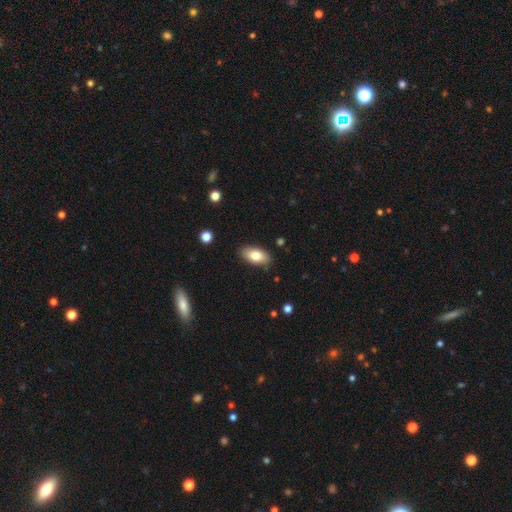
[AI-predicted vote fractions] A smooth galaxy with no disk features (79%) that is in between round and cigar-shaped (92%).

Vote fractions:
- Smooth or featured? smooth: 79% / featured or disk: 15% / star or artifact: 7%
- How rounded? in between: 92% / cigar-shaped: 5% / round: 3%
- Merging? none: 86% / minor disturbance: 11% / major disturbance: 2% / merger: 1%